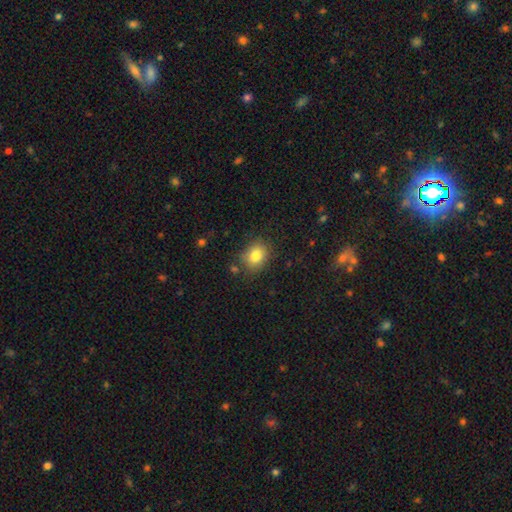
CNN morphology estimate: Q: Smooth or featured?
A: smooth (81%); runner-up: star or artifact (10%)
Q: How rounded?
A: in between (51%); runner-up: round (48%)
Q: Merging?
A: none (78%); runner-up: minor disturbance (14%)